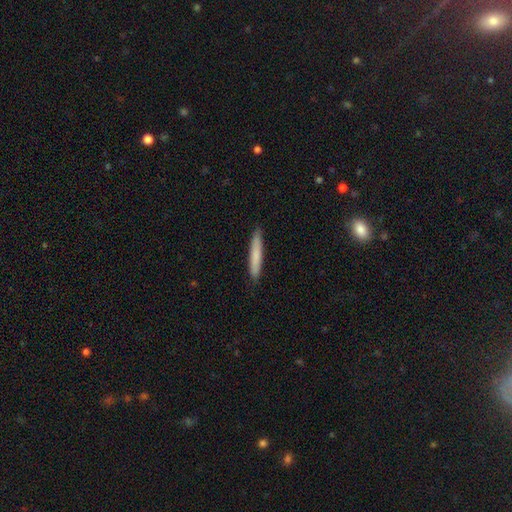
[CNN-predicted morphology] smooth 77%, featured or disk 17%, star or artifact 6%. Down the decision tree: how rounded — cigar-shaped (94%); merging — none (90%).